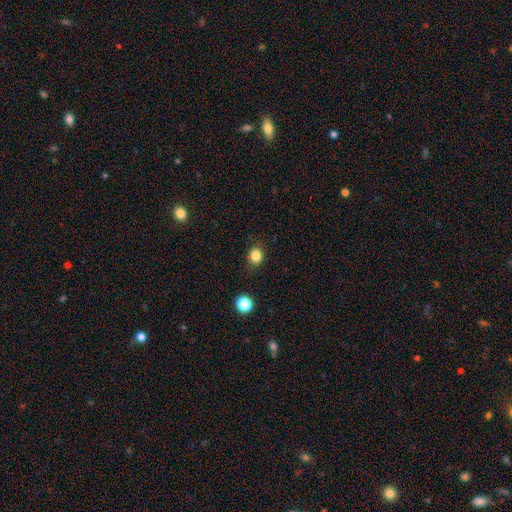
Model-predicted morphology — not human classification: A smooth galaxy with no disk features (83%) that is round (68%). Merging: none (82%).